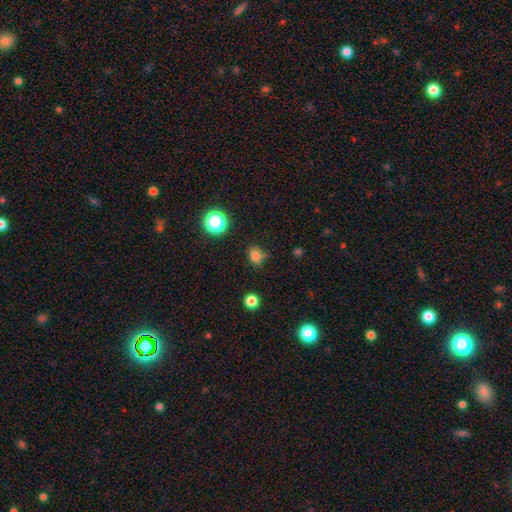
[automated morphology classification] Smooth or featured? smooth (79%)
How rounded? round (61%)
Merging? none (77%)